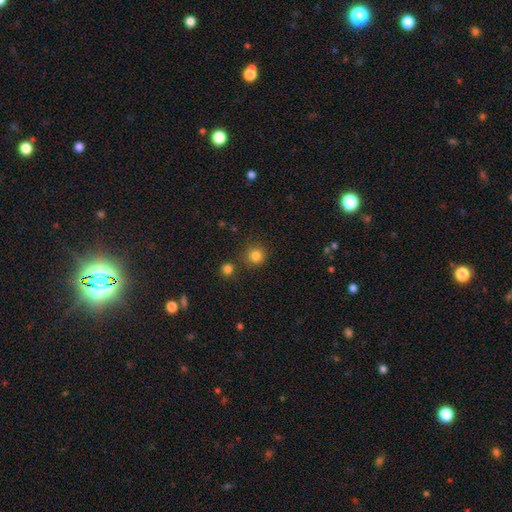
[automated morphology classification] Overall: smooth (83%). How rounded: round (93%). Merging: none (82%).